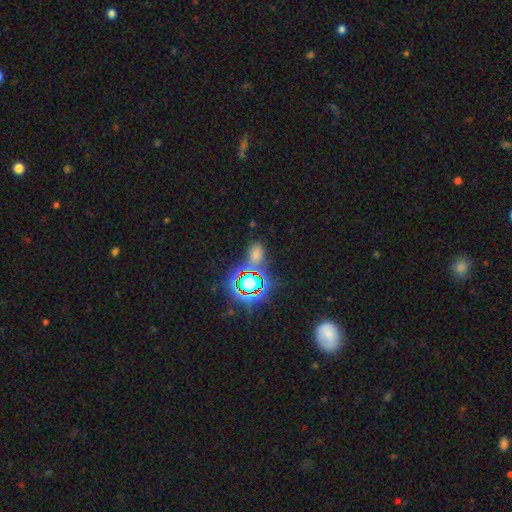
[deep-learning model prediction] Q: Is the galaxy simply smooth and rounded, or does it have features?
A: star or artifact — 55%.